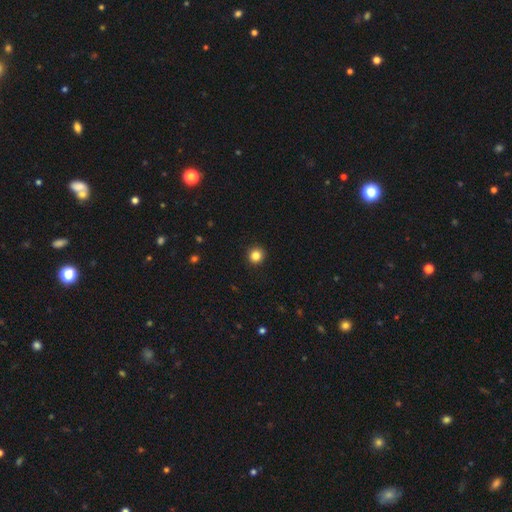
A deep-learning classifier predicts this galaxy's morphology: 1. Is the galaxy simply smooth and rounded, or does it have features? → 84% smooth, 11% star or artifact, 4% featured or disk.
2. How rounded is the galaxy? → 93% round, 6% in between, 1% cigar-shaped.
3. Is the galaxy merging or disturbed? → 93% none, 4% minor disturbance, 1% major disturbance, 1% merger.